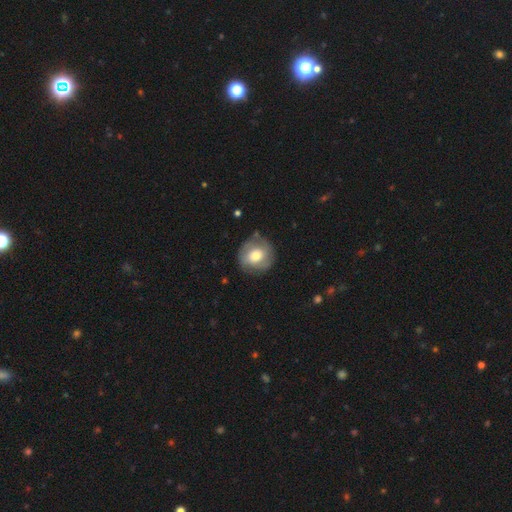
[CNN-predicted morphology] A featured or disk galaxy (52%) with no bar (69%), spiral arms (73%) and a moderate central bulge (68%). Merging: none (77%).